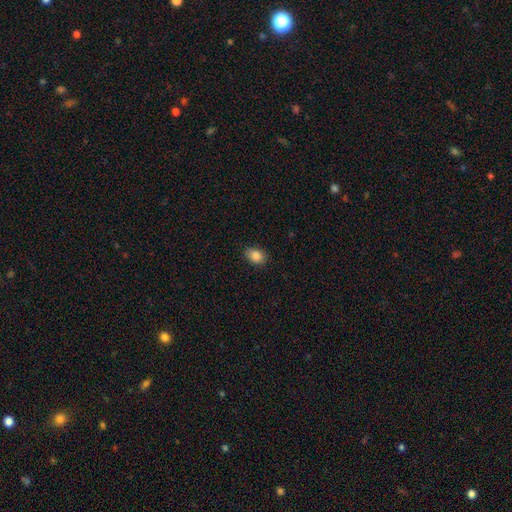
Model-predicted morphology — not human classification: This appears to be a smooth galaxy with no disk features (87%) that is in between round and cigar-shaped (73%). Merging: none (84%).